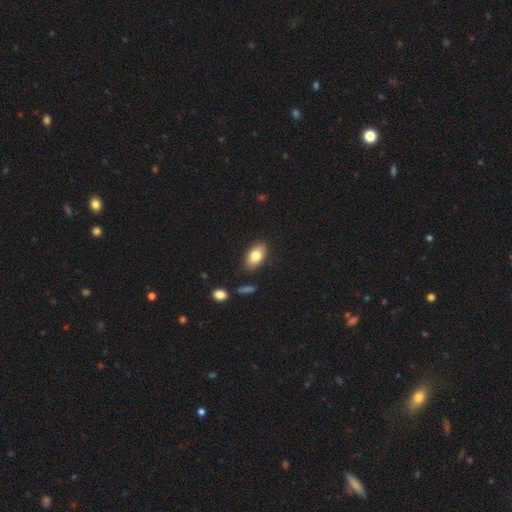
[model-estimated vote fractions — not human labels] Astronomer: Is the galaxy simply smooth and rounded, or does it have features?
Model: smooth — 79%.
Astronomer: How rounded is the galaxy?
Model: in between — 91%.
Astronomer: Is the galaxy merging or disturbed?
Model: none — 85%.